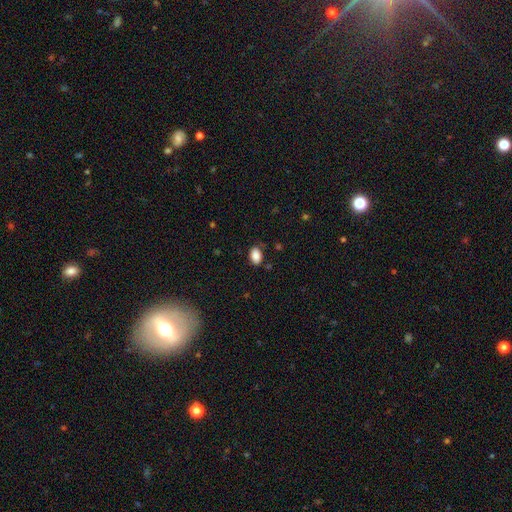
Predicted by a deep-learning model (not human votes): The model was most divided on "merging": none: 78%, minor disturbance: 16%, major disturbance: 4%, merger: 2%. More confident: smooth or featured — smooth (87%); how rounded — in between (85%).